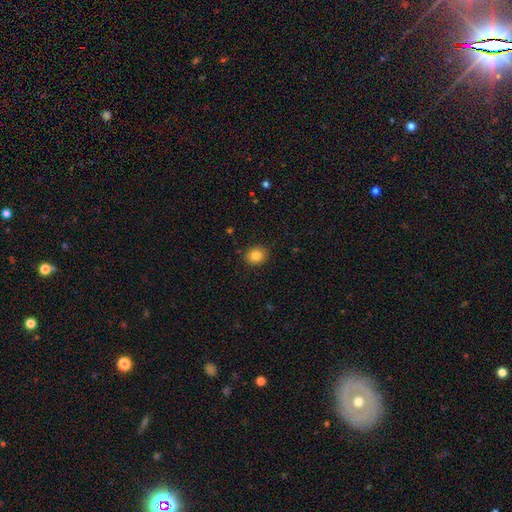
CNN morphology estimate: The model was most divided on "how rounded": round: 68%, in between: 32%, cigar-shaped: 1%. More confident: merging — none (89%); smooth or featured — smooth (84%).